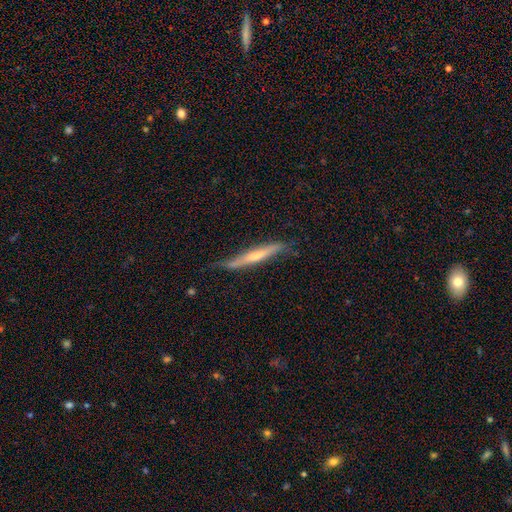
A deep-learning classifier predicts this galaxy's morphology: smooth-or-featured: featured or disk: 58% | smooth: 36% | star or artifact: 6%
  disk-edge-on: yes: 91% | no: 9%
    edge-on-bulge: rounded: 56% | none: 34% | boxy: 10%
  merging: none: 65% | minor disturbance: 27% | major disturbance: 6% | merger: 2%